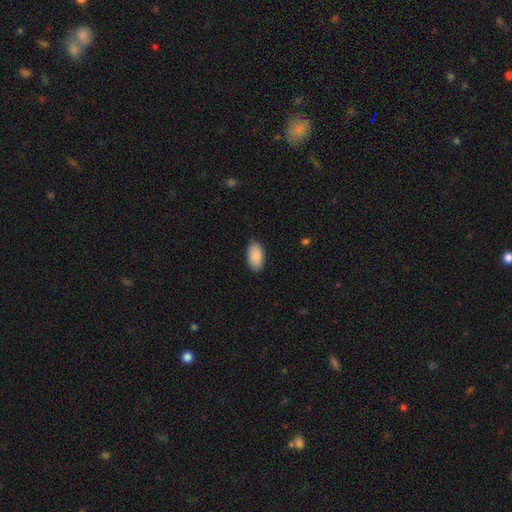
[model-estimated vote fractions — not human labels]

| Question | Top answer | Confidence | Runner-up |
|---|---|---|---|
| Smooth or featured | smooth | 89% | star or artifact (6%) |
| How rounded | in between | 95% | round (3%) |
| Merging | none | 87% | minor disturbance (10%) |